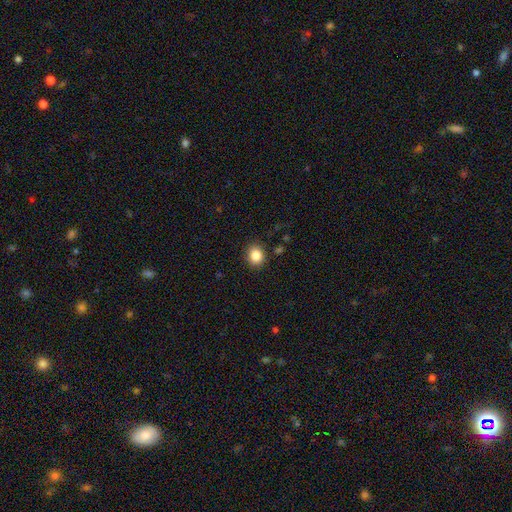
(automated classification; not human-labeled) Smooth or featured? smooth (86%)
How rounded? round (66%)
Merging? none (88%)